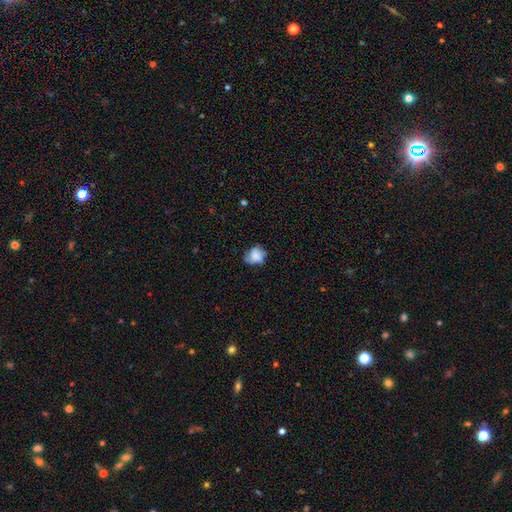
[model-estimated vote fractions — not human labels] Overall: smooth (71%). How rounded: round (53%; in between 46%). Merging: none (53%; minor disturbance 32%).